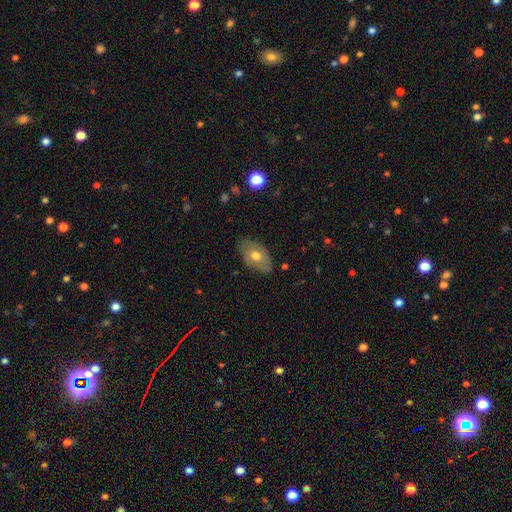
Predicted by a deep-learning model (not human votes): A smooth galaxy with no disk features (55%) that is in between round and cigar-shaped (88%). Merging: none (74%).